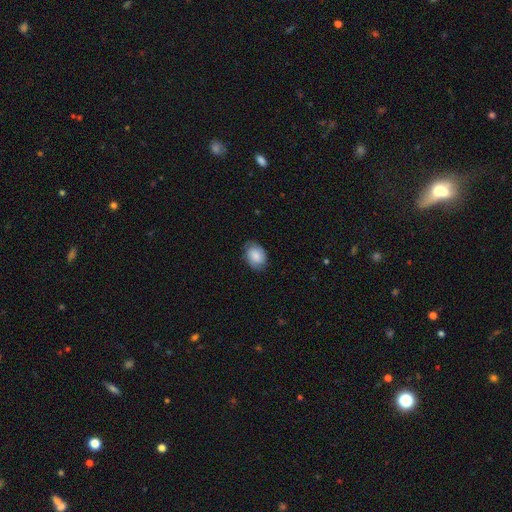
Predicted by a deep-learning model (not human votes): Smooth or featured: smooth — 70% (featured or disk — 23%)
How rounded: in between — 73% (round — 26%)
Merging: none — 76% (minor disturbance — 19%)